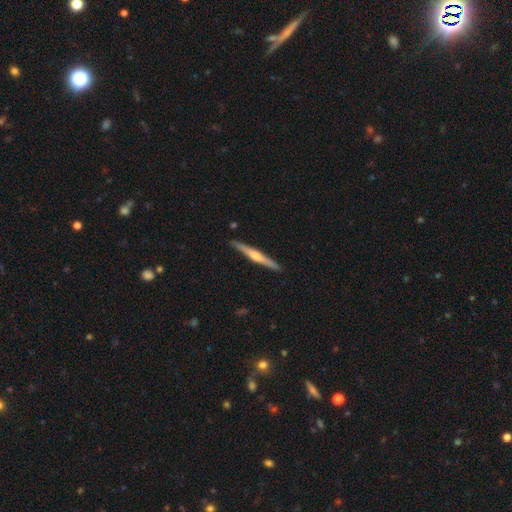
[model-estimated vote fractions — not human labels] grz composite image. It shows a featured or disk galaxy (69%) viewed edge-on (98%) with a rounded central bulge (84%). Merging: none (91%).